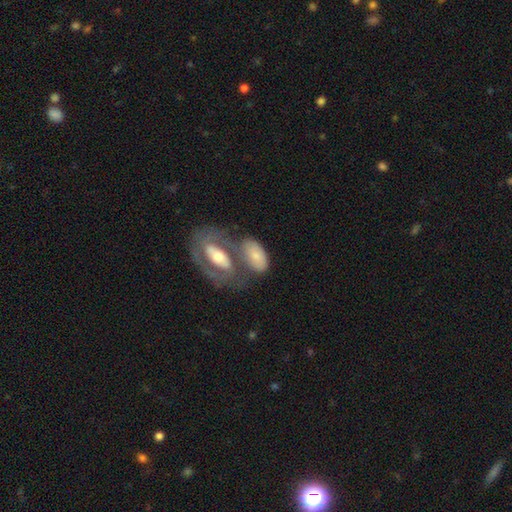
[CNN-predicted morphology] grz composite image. It shows a smooth galaxy with no disk features (60%) that is in between round and cigar-shaped (90%). Merging: merger (40%).